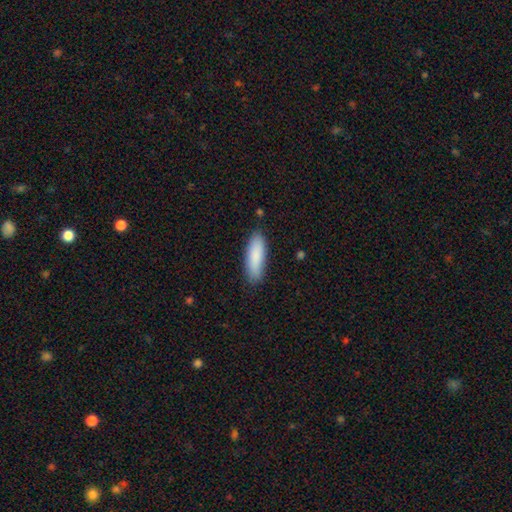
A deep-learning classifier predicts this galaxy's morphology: Smooth or featured?
  - smooth: 86% *
  - featured or disk: 8%
  - star or artifact: 6%
How rounded?
  - in between: 52% *
  - cigar-shaped: 46%
  - round: 1%
Merging?
  - none: 83% *
  - minor disturbance: 13%
  - major disturbance: 2%
  - merger: 2%